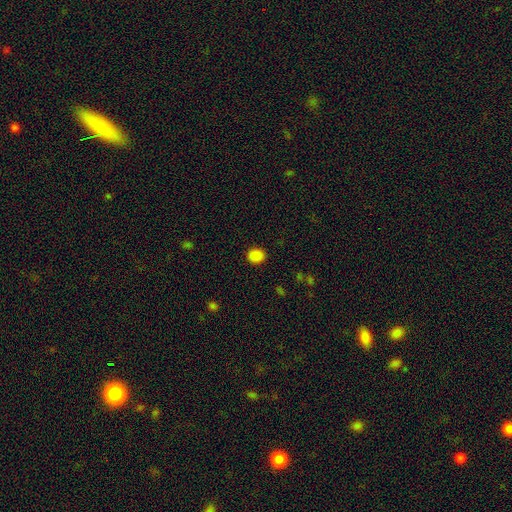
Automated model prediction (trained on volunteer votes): Smooth or featured? Predicted: smooth (p=0.87). How rounded? Predicted: round (p=0.64). Merging? Predicted: none (p=0.90).